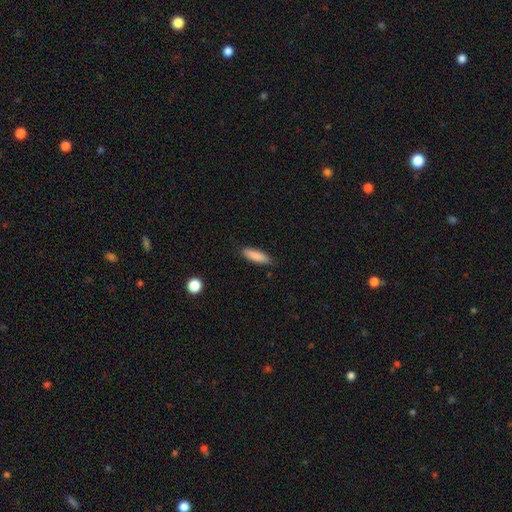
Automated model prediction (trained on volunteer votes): smooth_or_featured: smooth (p=0.86) [alt: featured or disk p=0.07]
how_rounded: cigar-shaped (p=0.64) [alt: in between p=0.34]
merging: none (p=0.85) [alt: minor disturbance p=0.12]